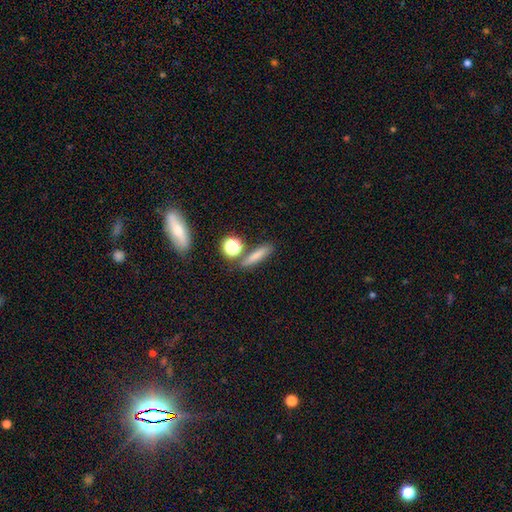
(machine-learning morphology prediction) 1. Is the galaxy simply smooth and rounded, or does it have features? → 76% smooth, 12% star or artifact, 12% featured or disk.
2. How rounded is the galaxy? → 69% cigar-shaped, 18% in between, 12% round.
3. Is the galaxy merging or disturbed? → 78% none, 9% minor disturbance, 9% merger, 3% major disturbance.